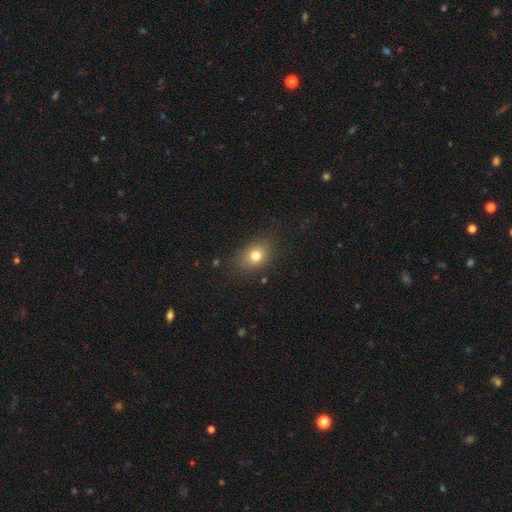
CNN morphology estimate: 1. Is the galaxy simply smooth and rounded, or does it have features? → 77% smooth, 12% star or artifact, 11% featured or disk.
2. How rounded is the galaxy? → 65% in between, 33% round, 2% cigar-shaped.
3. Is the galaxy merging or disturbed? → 82% none, 12% minor disturbance, 4% major disturbance, 1% merger.